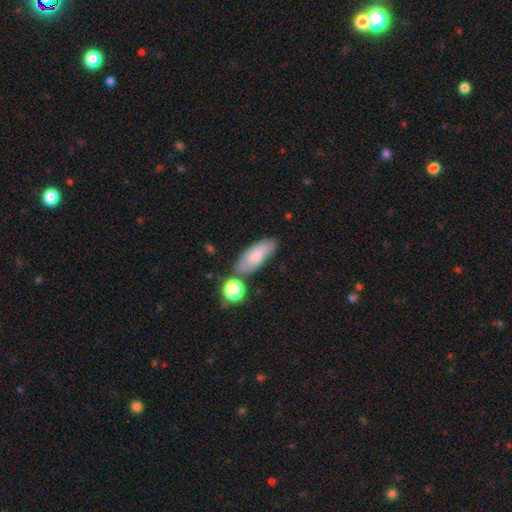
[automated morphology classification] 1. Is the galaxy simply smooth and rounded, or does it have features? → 72% smooth, 20% featured or disk, 8% star or artifact.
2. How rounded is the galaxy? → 78% in between, 19% cigar-shaped, 3% round.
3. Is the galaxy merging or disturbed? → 66% none, 18% minor disturbance, 11% merger, 5% major disturbance.